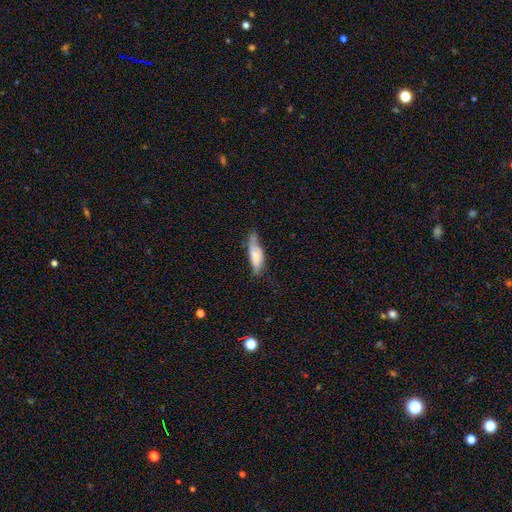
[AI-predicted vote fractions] smooth_or_featured: smooth (p=0.65) [alt: featured or disk p=0.28]
how_rounded: in between (p=0.56) [alt: cigar-shaped p=0.42]
merging: none (p=0.43) [alt: minor disturbance p=0.39]